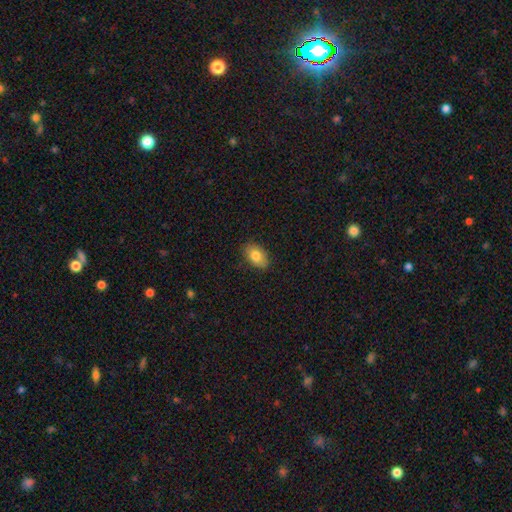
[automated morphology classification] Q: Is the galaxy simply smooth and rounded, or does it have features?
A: smooth — 81%.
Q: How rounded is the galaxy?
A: in between — 90%.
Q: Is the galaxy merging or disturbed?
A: none — 83%.